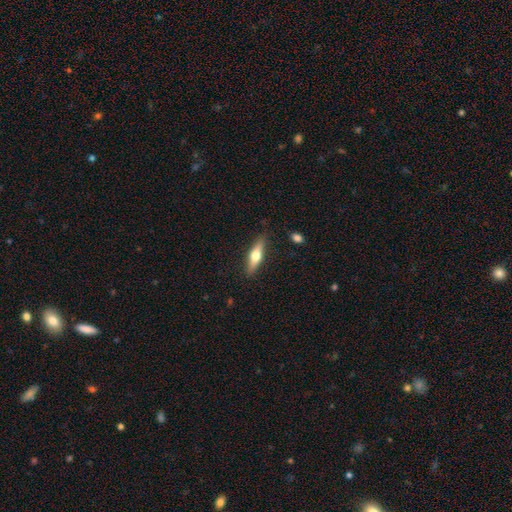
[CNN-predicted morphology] Smooth or featured? smooth (49%)
Merging? none (86%)